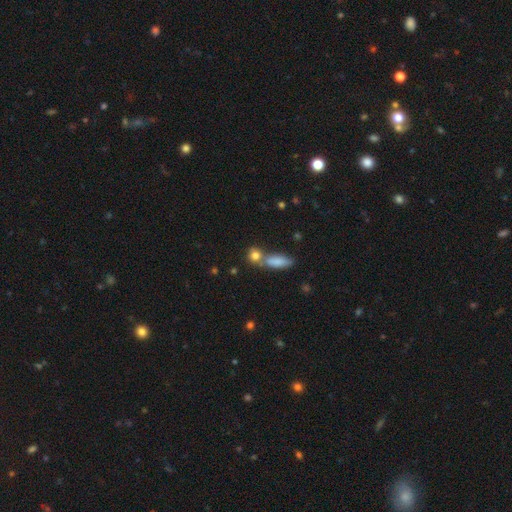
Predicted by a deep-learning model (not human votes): This is clearly a smooth galaxy (81%). How rounded: possibly round (60%). Merging: possibly none (55%).